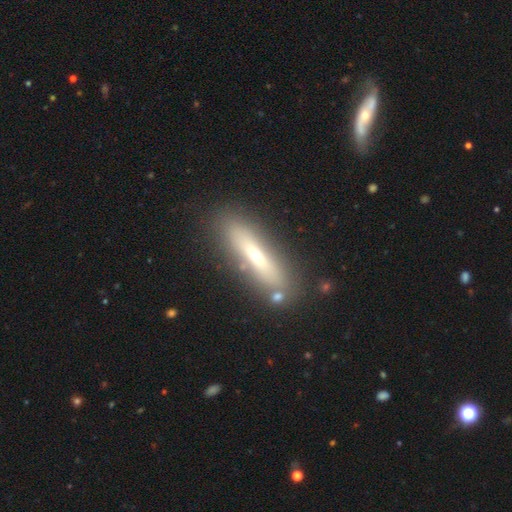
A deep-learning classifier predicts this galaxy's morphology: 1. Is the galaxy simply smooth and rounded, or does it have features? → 48% smooth, 43% featured or disk, 8% star or artifact.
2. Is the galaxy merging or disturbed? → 82% none, 10% minor disturbance, 5% merger, 3% major disturbance.